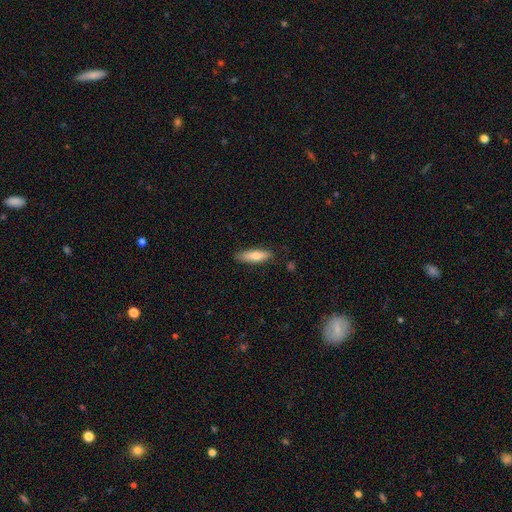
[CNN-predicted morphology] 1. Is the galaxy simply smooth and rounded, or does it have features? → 73% smooth, 21% featured or disk, 6% star or artifact.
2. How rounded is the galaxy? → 57% cigar-shaped, 41% in between, 2% round.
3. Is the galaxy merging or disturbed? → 82% none, 14% minor disturbance, 2% major disturbance, 1% merger.